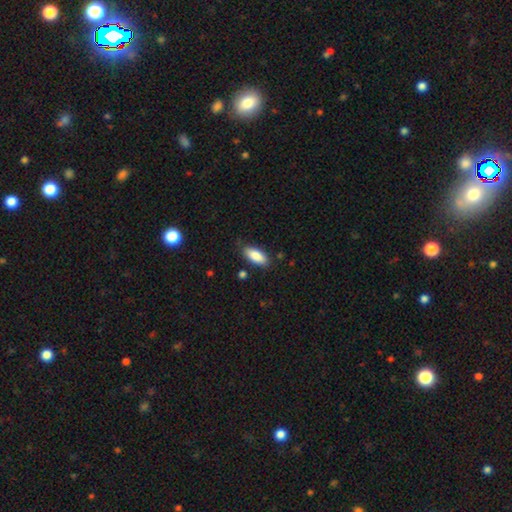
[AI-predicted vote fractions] Morphology: type=smooth (87%); roundness=in between (85%); merging=none (83%).